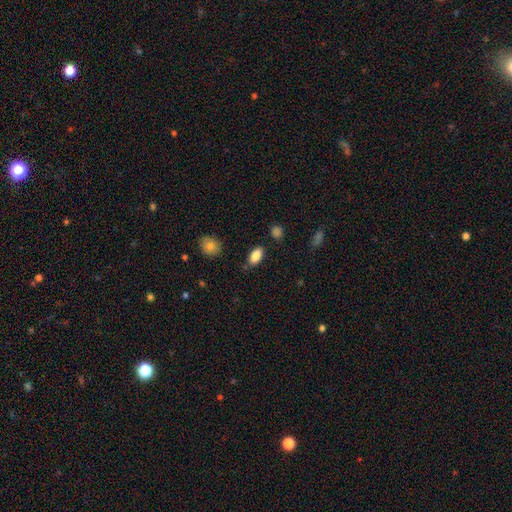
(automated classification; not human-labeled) A smooth galaxy with no disk features (85%) that is in between round and cigar-shaped (90%).

Vote fractions:
- Smooth or featured? smooth: 85% / featured or disk: 8% / star or artifact: 7%
- How rounded? in between: 90% / cigar-shaped: 6% / round: 4%
- Merging? none: 82% / minor disturbance: 13% / major disturbance: 3% / merger: 2%